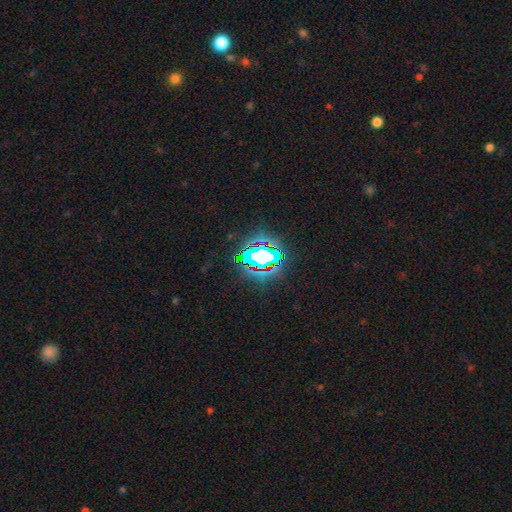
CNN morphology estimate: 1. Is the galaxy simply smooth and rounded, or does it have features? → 64% star or artifact, 19% smooth, 17% featured or disk.